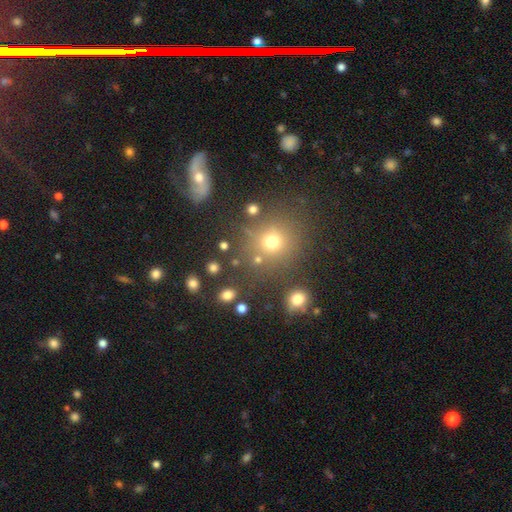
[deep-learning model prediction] Smooth or featured?
  - smooth: 56% *
  - star or artifact: 29%
  - featured or disk: 15%
How rounded?
  - round: 85% *
  - in between: 14%
  - cigar-shaped: 1%
Merging?
  - none: 76% *
  - minor disturbance: 11%
  - merger: 8%
  - major disturbance: 5%